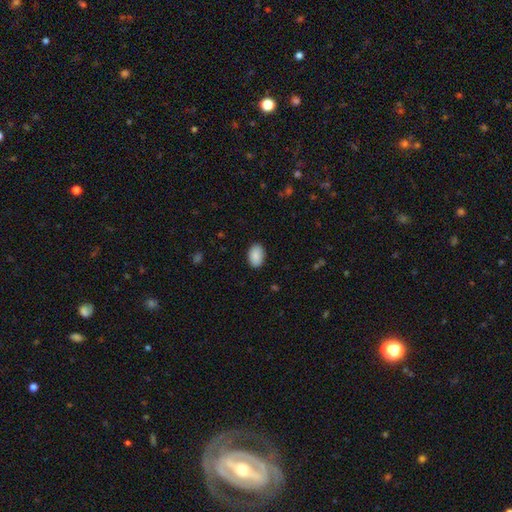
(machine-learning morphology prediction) smooth_or_featured: smooth (p=0.89) [alt: star or artifact p=0.06]
how_rounded: in between (p=0.89) [alt: round p=0.09]
merging: none (p=0.88) [alt: minor disturbance p=0.09]